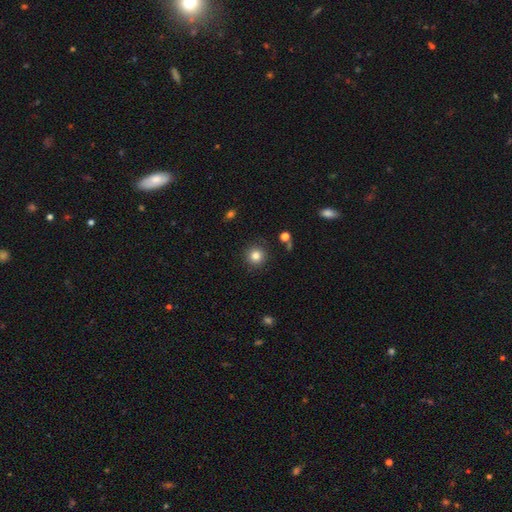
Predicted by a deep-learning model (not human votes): This is clearly a smooth galaxy (82%). How rounded: clearly round (94%). Merging: clearly none (89%).